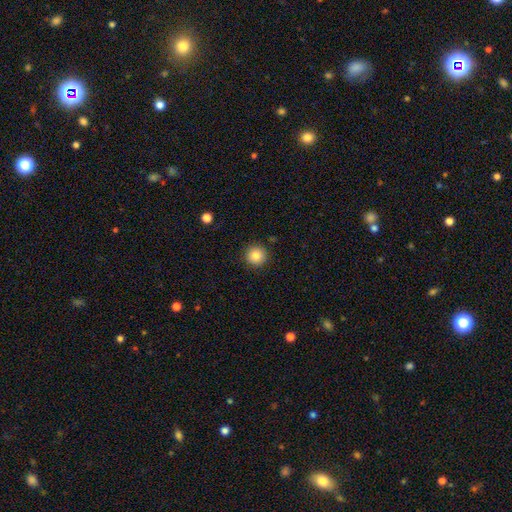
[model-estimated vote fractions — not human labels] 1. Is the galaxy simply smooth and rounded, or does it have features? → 85% smooth, 10% star or artifact, 6% featured or disk.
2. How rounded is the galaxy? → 95% round, 4% in between, 1% cigar-shaped.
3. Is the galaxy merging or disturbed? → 91% none, 6% minor disturbance, 2% major disturbance, 1% merger.